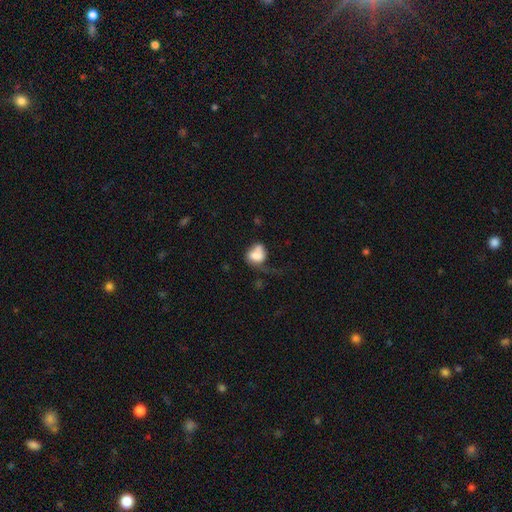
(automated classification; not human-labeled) smooth_or_featured: smooth (p=0.71) [alt: featured or disk p=0.20]
how_rounded: in between (p=0.53) [alt: round p=0.45]
merging: major disturbance (p=0.35) [alt: minor disturbance p=0.24]